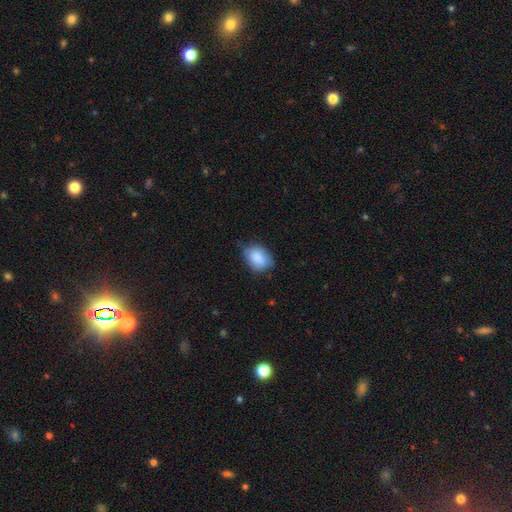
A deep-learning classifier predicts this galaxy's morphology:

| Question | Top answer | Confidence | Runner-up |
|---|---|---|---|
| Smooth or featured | smooth | 85% | featured or disk (8%) |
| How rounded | in between | 75% | round (24%) |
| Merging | none | 62% | minor disturbance (31%) |